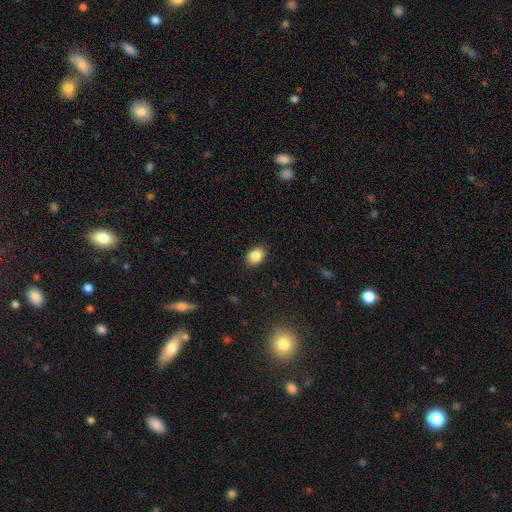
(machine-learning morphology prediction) smooth-or-featured: smooth: 87% | star or artifact: 8% | featured or disk: 5%
  how-rounded: in between: 78% | round: 21% | cigar-shaped: 1%
  merging: none: 88% | minor disturbance: 9% | major disturbance: 2% | merger: 1%